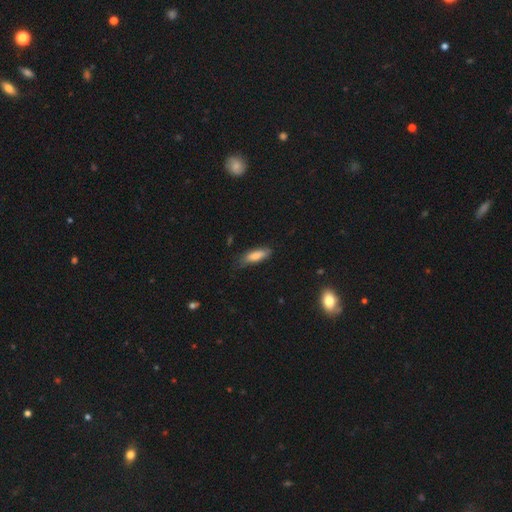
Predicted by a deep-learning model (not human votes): Morphology: type=smooth (80%); roundness=in between (51%); merging=none (66%).